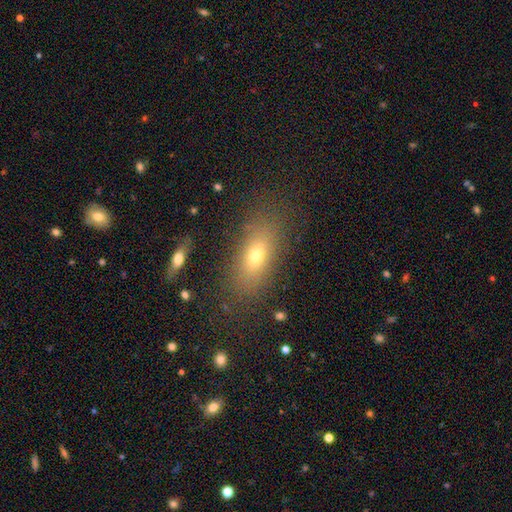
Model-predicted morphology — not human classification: Smooth or featured?
  - smooth: 69% *
  - featured or disk: 16%
  - star or artifact: 15%
How rounded?
  - in between: 75% *
  - cigar-shaped: 17%
  - round: 7%
Merging?
  - none: 82% *
  - minor disturbance: 11%
  - major disturbance: 5%
  - merger: 2%